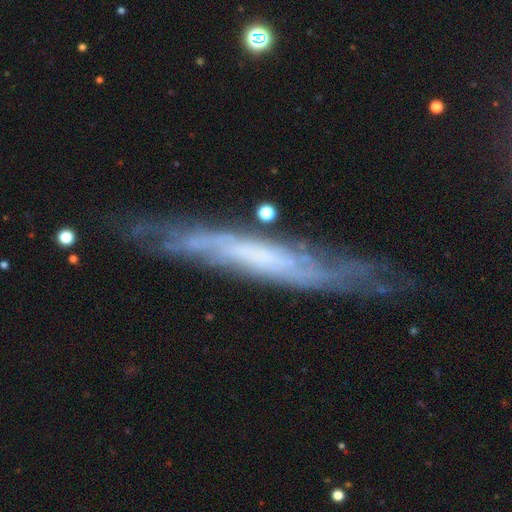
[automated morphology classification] type=featured or disk (75%); edge-on=yes (57%); merging=none (70%).